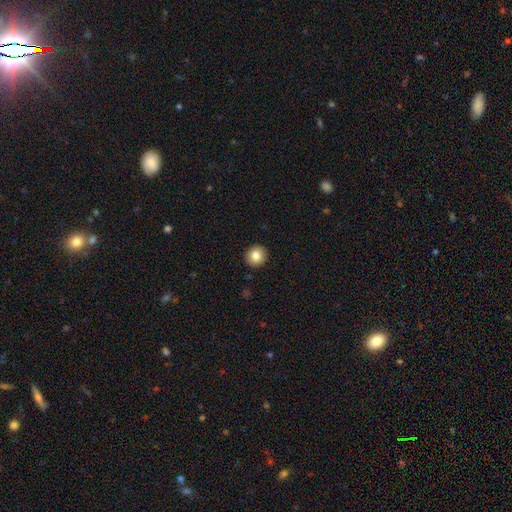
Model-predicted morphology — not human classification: Q: Smooth or featured?
A: smooth (84%); runner-up: star or artifact (9%)
Q: How rounded?
A: round (92%); runner-up: in between (7%)
Q: Merging?
A: none (92%); runner-up: minor disturbance (5%)